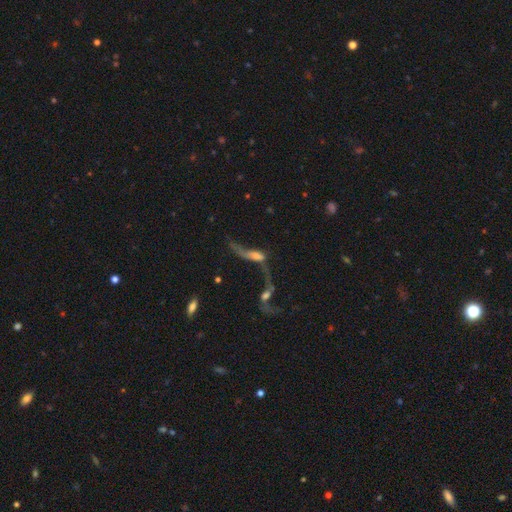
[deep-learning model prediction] Smooth or featured? Predicted: featured or disk (p=0.60). Edge-on disk? Predicted: no (p=0.81). Merging? Predicted: merger (p=0.60).